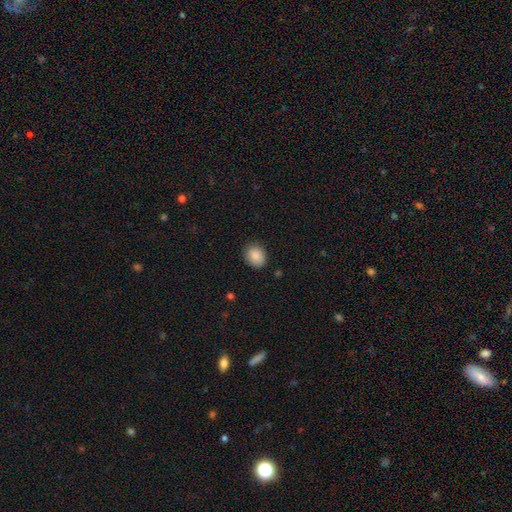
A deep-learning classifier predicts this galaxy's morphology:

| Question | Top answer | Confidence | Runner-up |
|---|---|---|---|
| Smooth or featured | smooth | 88% | star or artifact (8%) |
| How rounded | round | 53% | in between (46%) |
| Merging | none | 84% | minor disturbance (12%) |